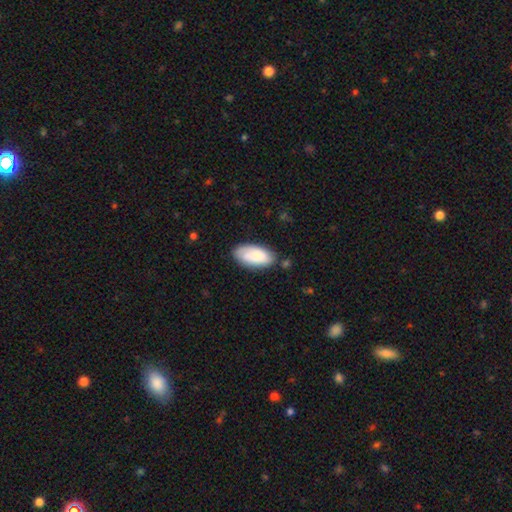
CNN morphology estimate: smooth_or_featured: smooth (p=0.82) [alt: featured or disk p=0.12]
how_rounded: in between (p=0.93) [alt: cigar-shaped p=0.05]
merging: none (p=0.76) [alt: minor disturbance p=0.18]